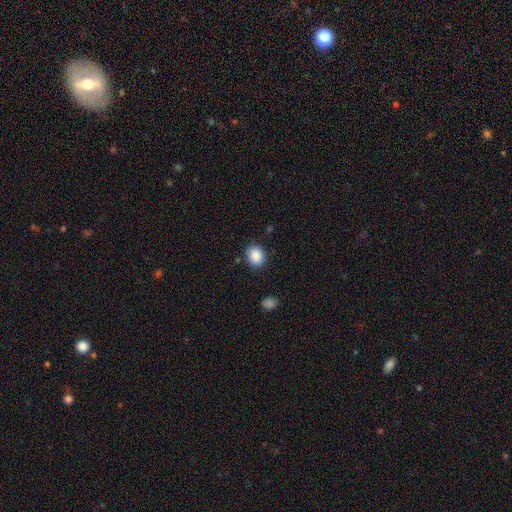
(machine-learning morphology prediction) This is clearly a smooth galaxy (87%). How rounded: possibly round (51%). Merging: clearly none (85%).